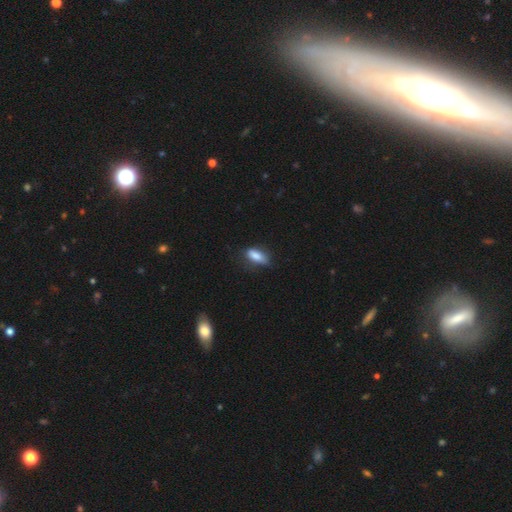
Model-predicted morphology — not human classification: Smooth or featured? Predicted: smooth (p=0.82). How rounded? Predicted: in between (p=0.80). Merging? Predicted: none (p=0.63).